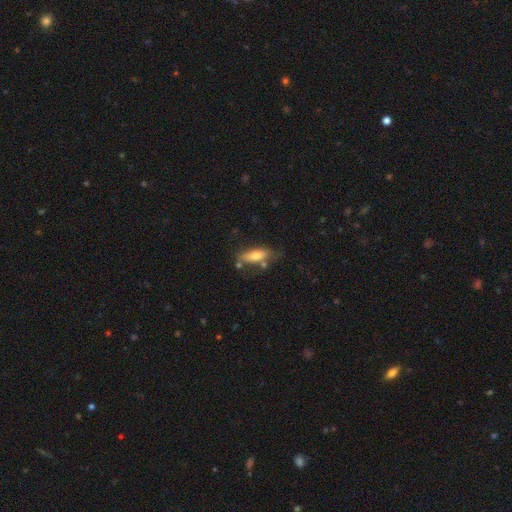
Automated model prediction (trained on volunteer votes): A smooth galaxy with no disk features (71%) that is in between round and cigar-shaped (58%). Merging: none (62%).